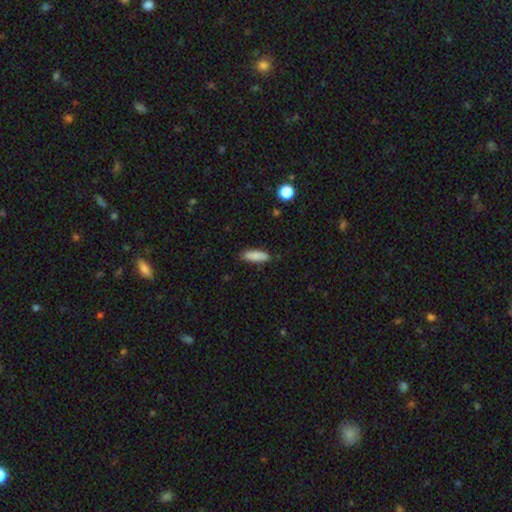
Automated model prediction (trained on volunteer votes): Smooth or featured: smooth — 87% (star or artifact — 7%)
How rounded: cigar-shaped — 50% (in between — 49%)
Merging: none — 84% (minor disturbance — 13%)